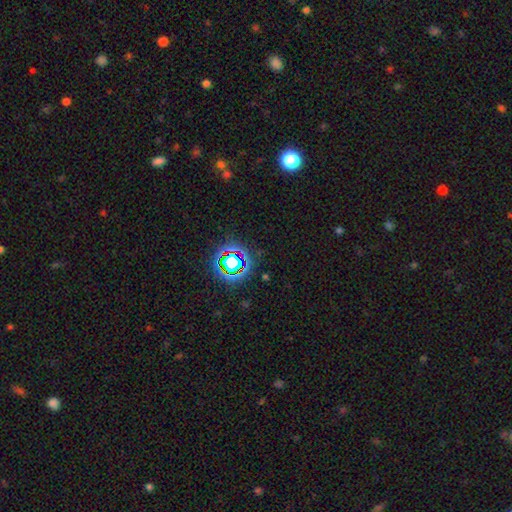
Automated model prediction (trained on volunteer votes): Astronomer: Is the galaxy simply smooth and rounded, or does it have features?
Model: star or artifact — 76%.